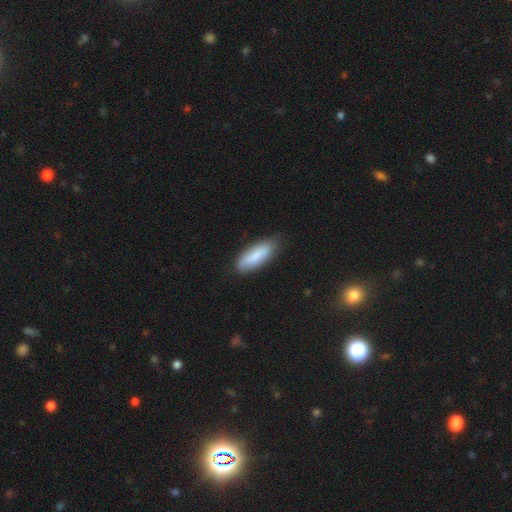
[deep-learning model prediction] Q: Smooth or featured?
A: smooth (81%); runner-up: featured or disk (14%)
Q: How rounded?
A: in between (68%); runner-up: cigar-shaped (30%)
Q: Merging?
A: none (79%); runner-up: minor disturbance (17%)